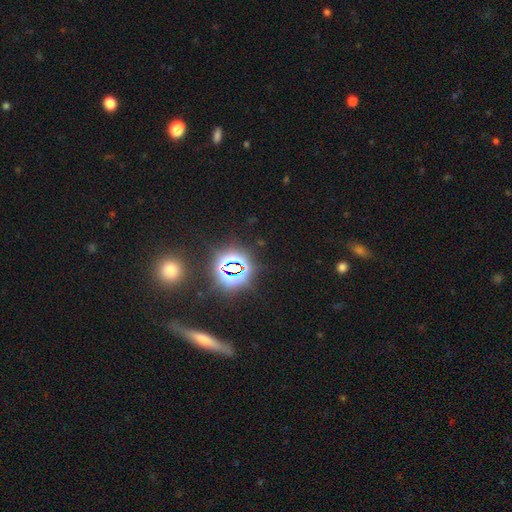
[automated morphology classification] type=star or artifact (66%).